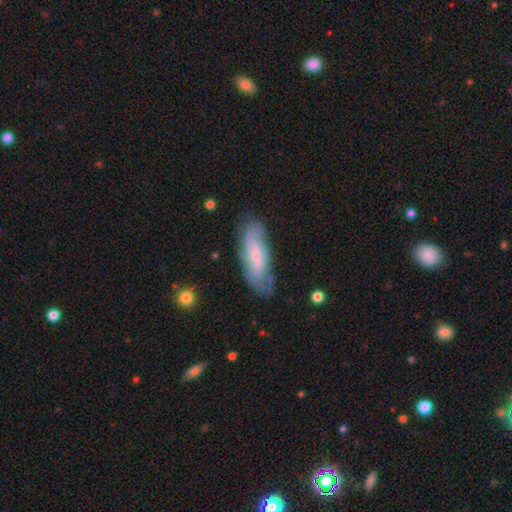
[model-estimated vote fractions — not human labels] The model was most divided on "smooth or featured": featured or disk: 49%, smooth: 44%, star or artifact: 7%. More confident: merging — none (71%).